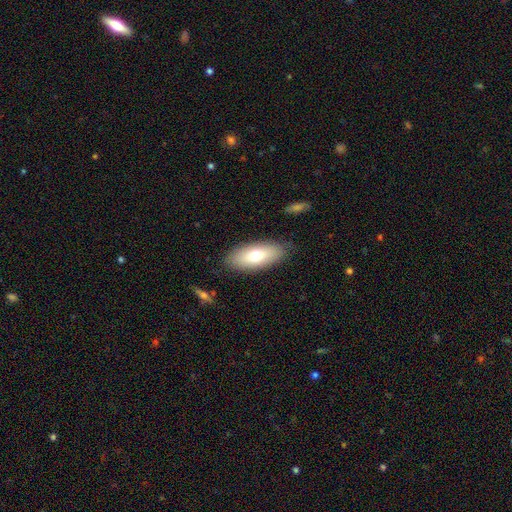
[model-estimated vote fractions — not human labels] A smooth galaxy with no disk features (70%) that is in between round and cigar-shaped (82%). Merging: none (85%).